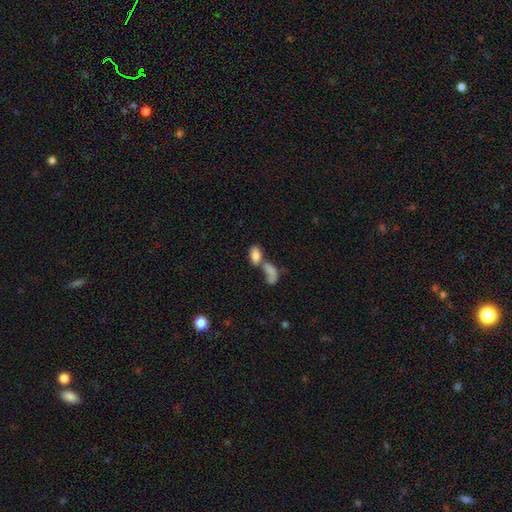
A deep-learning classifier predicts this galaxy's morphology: Smooth or featured: smooth — 79% (featured or disk — 12%)
How rounded: in between — 91% (round — 6%)
Merging: merger — 62% (none — 23%)